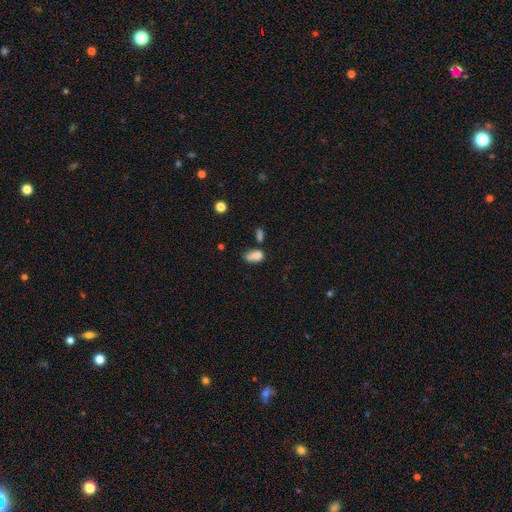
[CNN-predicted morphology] smooth 82%, star or artifact 11%, featured or disk 8%. Down the decision tree: how rounded — in between (89%); merging — none (42%).